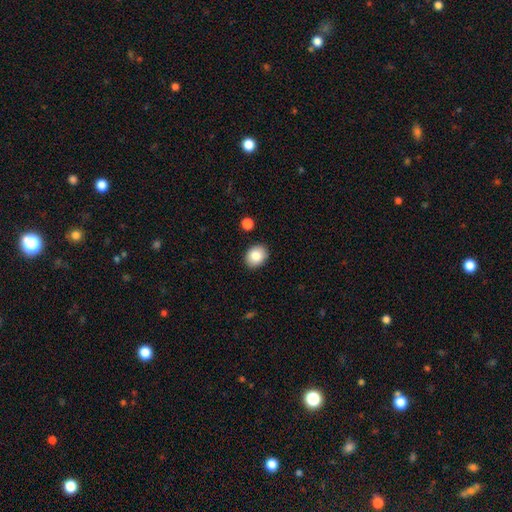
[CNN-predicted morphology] Smooth or featured?
  - smooth: 85% *
  - star or artifact: 8%
  - featured or disk: 7%
How rounded?
  - in between: 56% *
  - round: 43%
  - cigar-shaped: 1%
Merging?
  - none: 88% *
  - minor disturbance: 8%
  - major disturbance: 2%
  - merger: 2%